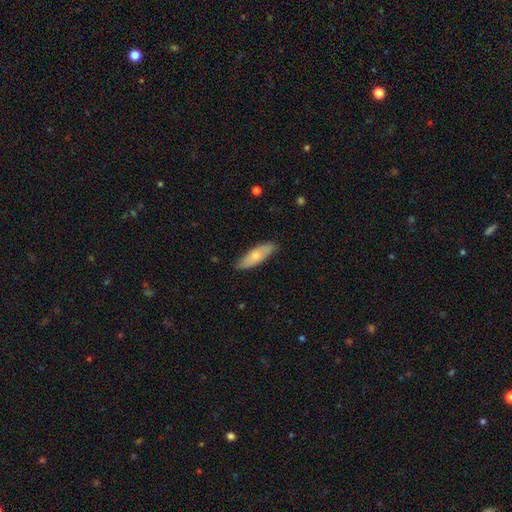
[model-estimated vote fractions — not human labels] Smooth or featured? smooth (71%)
How rounded? in between (58%)
Merging? none (83%)